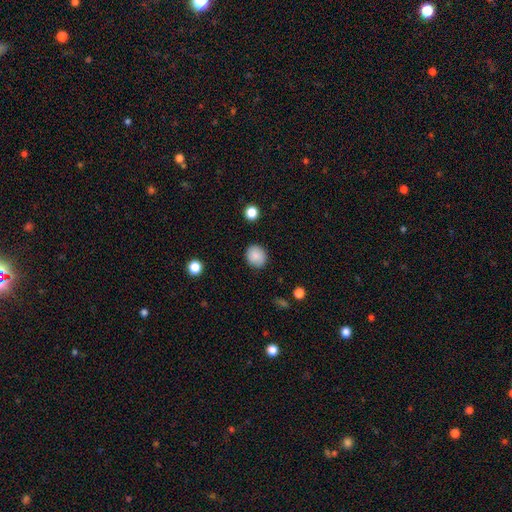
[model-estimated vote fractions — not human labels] This is clearly a smooth galaxy (87%). How rounded: likely round (76%). Merging: clearly none (87%).